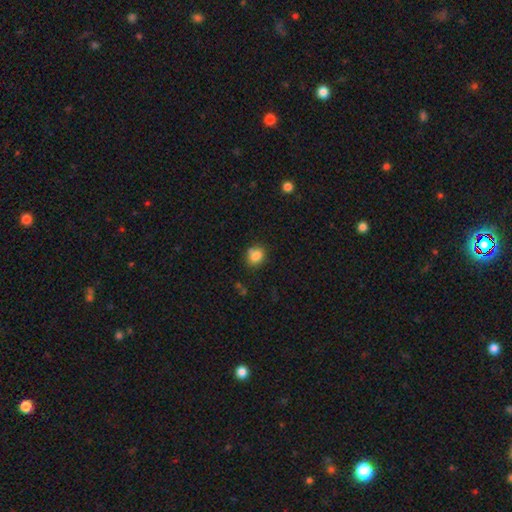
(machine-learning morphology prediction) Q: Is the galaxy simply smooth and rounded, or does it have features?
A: smooth — 84%.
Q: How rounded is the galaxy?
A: round — 70%.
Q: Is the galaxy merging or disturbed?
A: none — 72%.